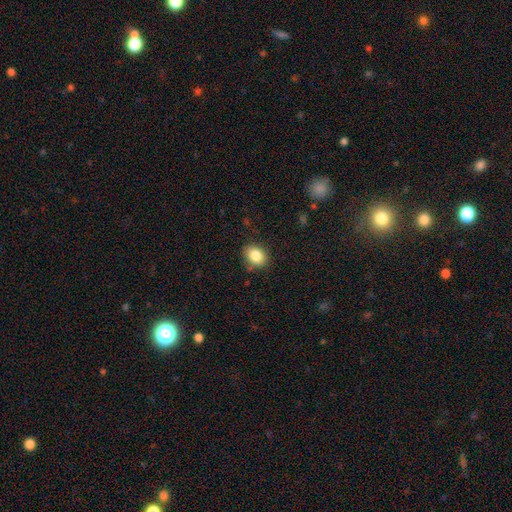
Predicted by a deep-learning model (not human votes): smooth 84%, star or artifact 9%, featured or disk 6%. Down the decision tree: how rounded — in between (60%); merging — none (81%).